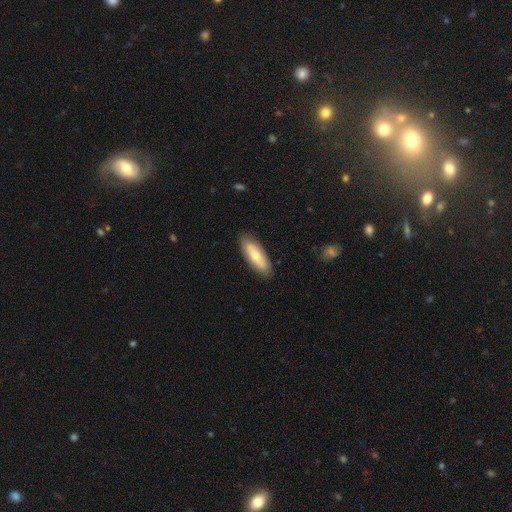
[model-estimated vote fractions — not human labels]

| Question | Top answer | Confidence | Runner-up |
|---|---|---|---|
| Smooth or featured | smooth | 62% | featured or disk (33%) |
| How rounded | in between | 63% | cigar-shaped (35%) |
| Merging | none | 86% | minor disturbance (11%) |